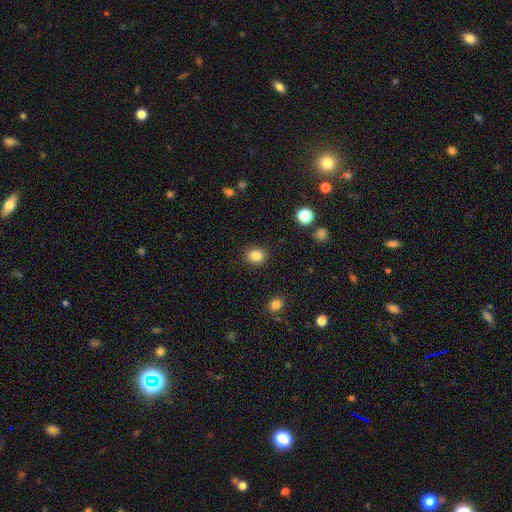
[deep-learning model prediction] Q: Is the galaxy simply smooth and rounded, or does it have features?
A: smooth — 85%.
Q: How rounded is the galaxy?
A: round — 75%.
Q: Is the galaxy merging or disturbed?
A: none — 90%.